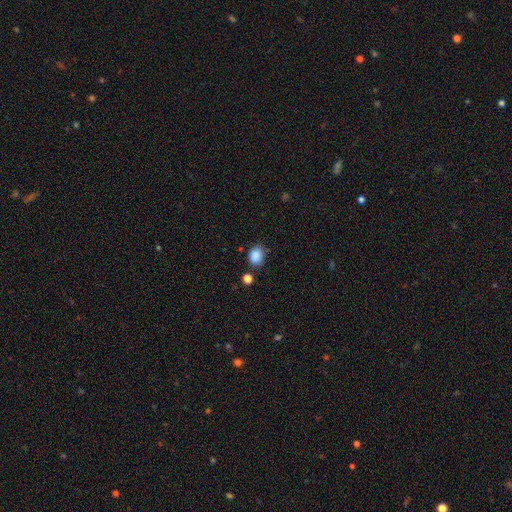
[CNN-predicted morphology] smooth_or_featured: smooth (p=0.87) [alt: star or artifact p=0.09]
how_rounded: in between (p=0.59) [alt: round p=0.40]
merging: none (p=0.73) [alt: minor disturbance p=0.18]